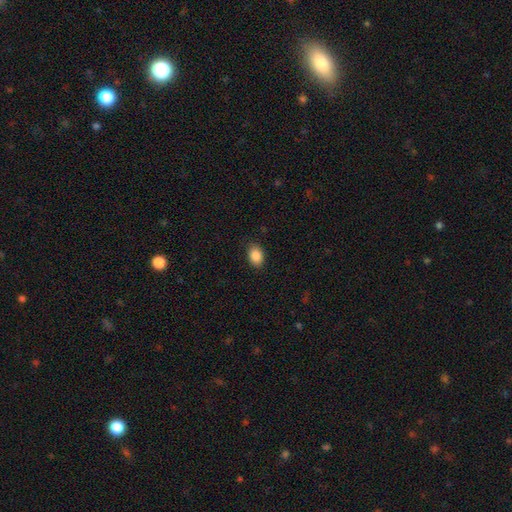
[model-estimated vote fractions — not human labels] smooth_or_featured: smooth (p=0.88) [alt: star or artifact p=0.08]
how_rounded: in between (p=0.80) [alt: round p=0.19]
merging: none (p=0.87) [alt: minor disturbance p=0.10]